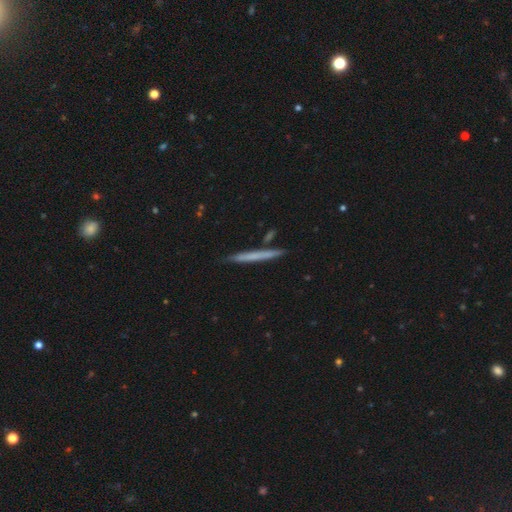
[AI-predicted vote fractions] This appears to be a smooth galaxy with no disk features (56%) that is cigar-shaped (97%). Merging: none (87%).